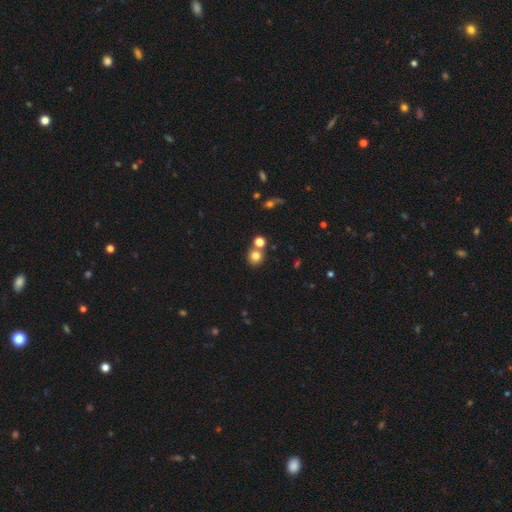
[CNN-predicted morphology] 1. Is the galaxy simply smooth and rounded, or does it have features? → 79% smooth, 14% star or artifact, 8% featured or disk.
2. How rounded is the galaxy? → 87% round, 12% in between, 1% cigar-shaped.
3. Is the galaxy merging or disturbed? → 65% none, 25% merger, 7% minor disturbance, 3% major disturbance.